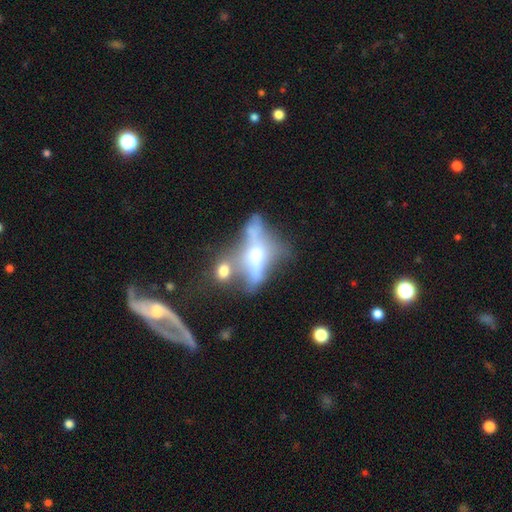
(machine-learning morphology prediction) smooth_or_featured: featured or disk (p=0.64) [alt: smooth p=0.23]
disk_edge_on: no (p=0.51) [alt: yes p=0.49]
merging: merger (p=0.39) [alt: none p=0.24]